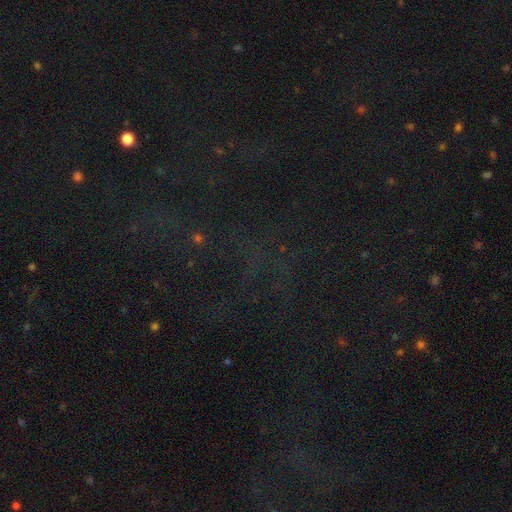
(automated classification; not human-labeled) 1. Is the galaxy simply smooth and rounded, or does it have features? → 75% star or artifact, 14% smooth, 11% featured or disk.